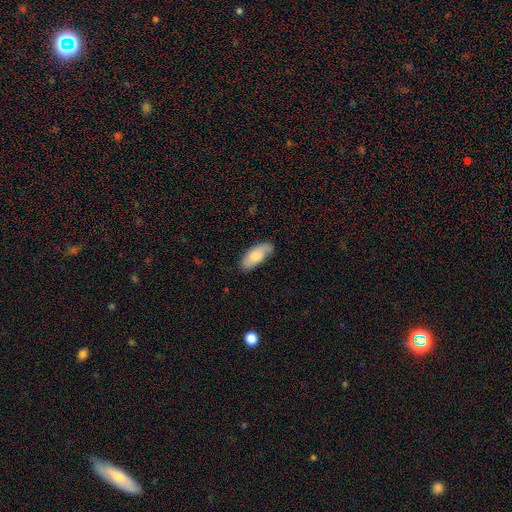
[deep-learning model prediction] smooth_or_featured: smooth (p=0.72) [alt: featured or disk p=0.23]
how_rounded: in between (p=0.88) [alt: cigar-shaped p=0.10]
merging: none (p=0.65) [alt: minor disturbance p=0.27]